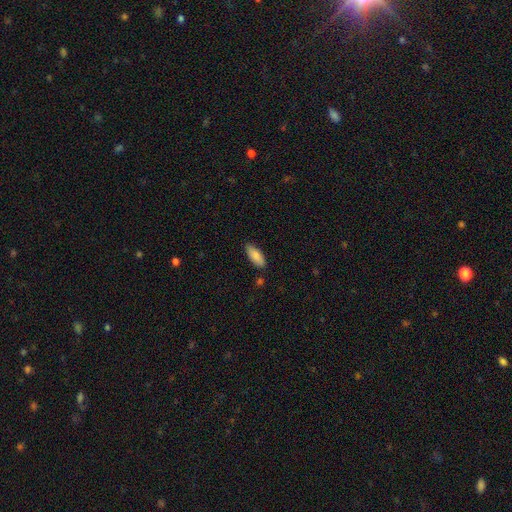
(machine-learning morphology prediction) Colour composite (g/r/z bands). It shows a smooth galaxy with no disk features (85%) that is in between round and cigar-shaped (76%). Merging: none (85%).